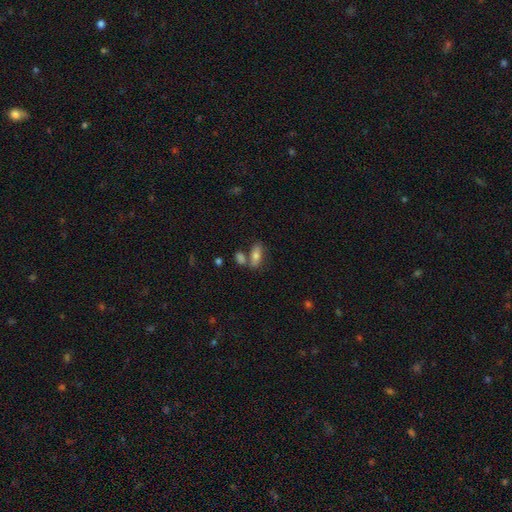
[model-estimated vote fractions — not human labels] Smooth or featured? Predicted: smooth (p=0.73). How rounded? Predicted: in between (p=0.80). Merging? Predicted: none (p=0.57).